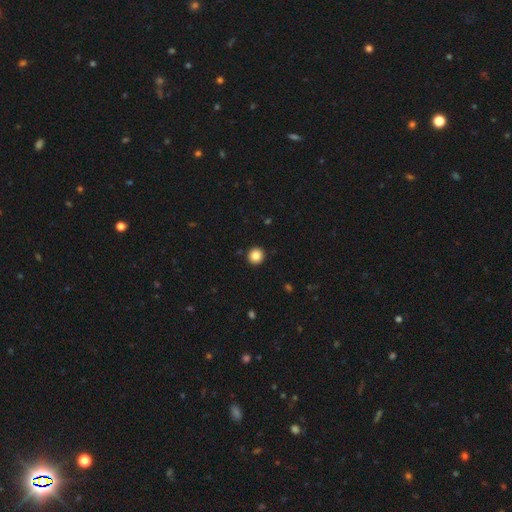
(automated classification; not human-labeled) This is clearly a smooth galaxy (85%). How rounded: clearly round (95%). Merging: clearly none (93%).